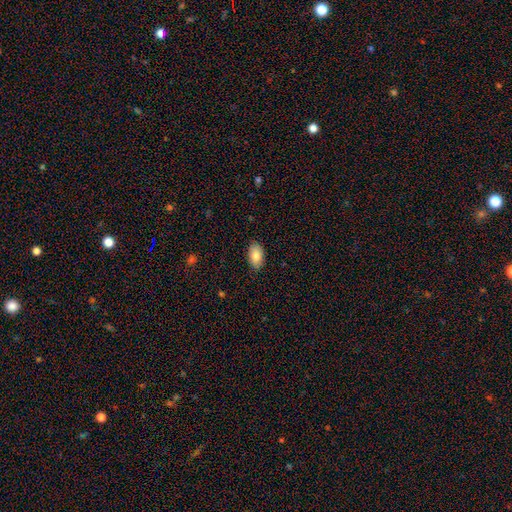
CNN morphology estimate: Q: Smooth or featured?
A: smooth (84%); runner-up: featured or disk (10%)
Q: How rounded?
A: in between (94%); runner-up: round (5%)
Q: Merging?
A: none (87%); runner-up: minor disturbance (10%)